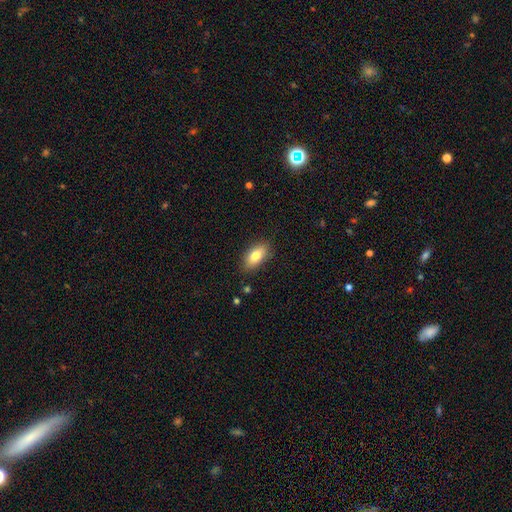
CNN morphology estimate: Q: Smooth or featured?
A: smooth (80%); runner-up: featured or disk (13%)
Q: How rounded?
A: in between (89%); runner-up: cigar-shaped (7%)
Q: Merging?
A: none (84%); runner-up: minor disturbance (12%)